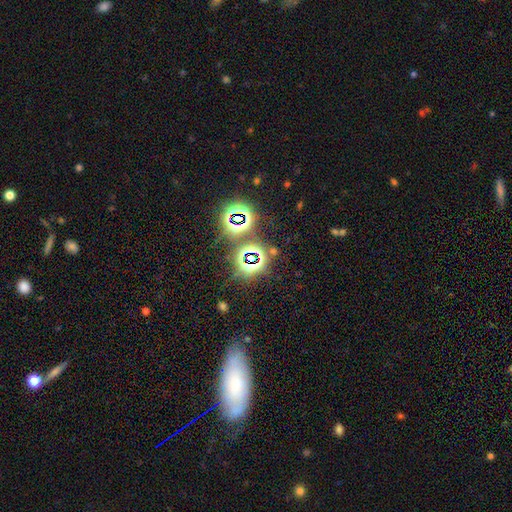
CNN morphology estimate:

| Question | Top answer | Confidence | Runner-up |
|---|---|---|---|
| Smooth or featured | star or artifact | 78% | smooth (15%) |